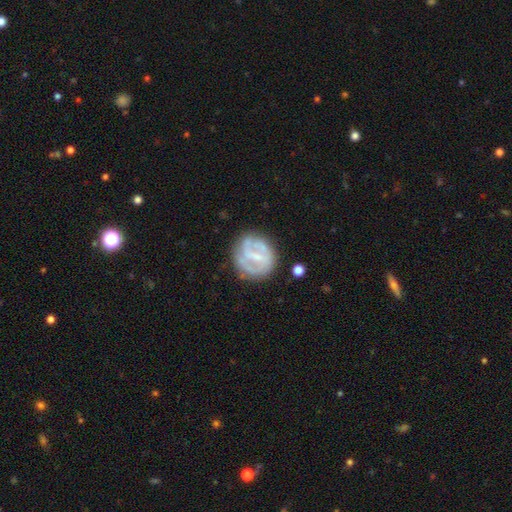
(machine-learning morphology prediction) Smooth or featured? Predicted: featured or disk (p=0.67). Edge-on disk? Predicted: no (p=0.97). Bar? Predicted: weak (p=0.42). Spiral arms? Predicted: yes (p=0.56). Bulge size? Predicted: small (p=0.44). Merging? Predicted: none (p=0.66).